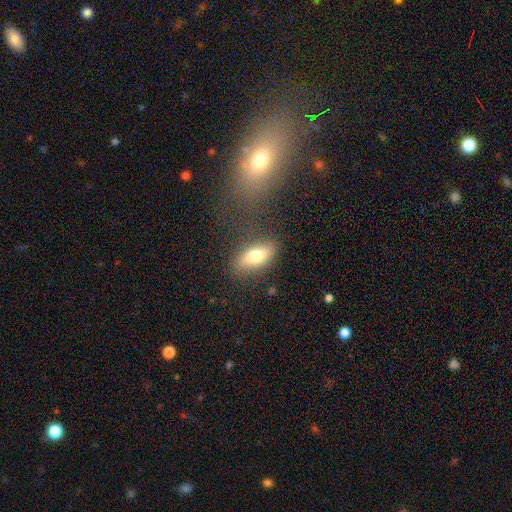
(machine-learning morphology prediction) smooth-or-featured: smooth: 69% | featured or disk: 24% | star or artifact: 7%
  how-rounded: in between: 80% | cigar-shaped: 16% | round: 5%
  merging: none: 81% | minor disturbance: 12% | major disturbance: 4% | merger: 3%